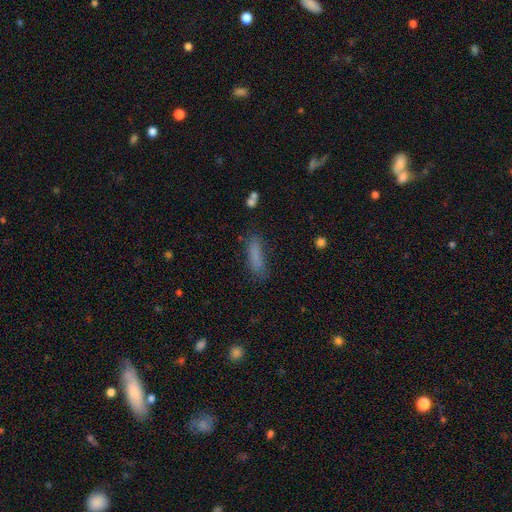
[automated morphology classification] A smooth galaxy with no disk features (80%) that is cigar-shaped (66%).

Vote fractions:
- Smooth or featured? smooth: 80% / star or artifact: 10% / featured or disk: 10%
- How rounded? cigar-shaped: 66% / in between: 32% / round: 2%
- Merging? none: 73% / minor disturbance: 18% / major disturbance: 6% / merger: 3%